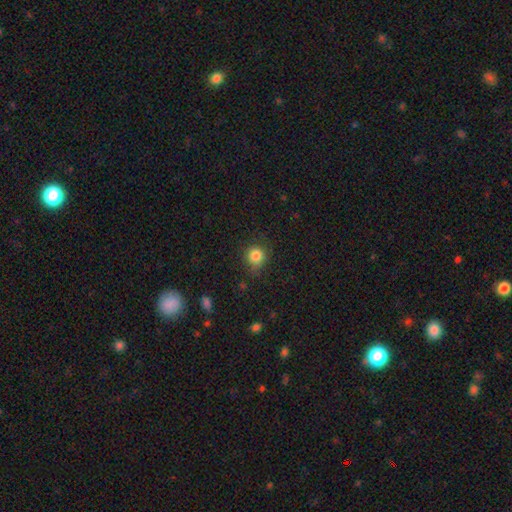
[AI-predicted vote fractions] smooth 84%, star or artifact 11%, featured or disk 5%. Down the decision tree: how rounded — round (88%); merging — none (76%).